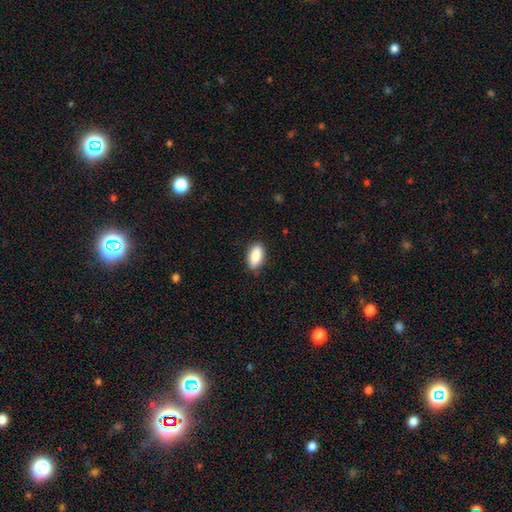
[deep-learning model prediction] This is clearly a smooth galaxy (88%). How rounded: clearly in between (90%). Merging: clearly none (86%).